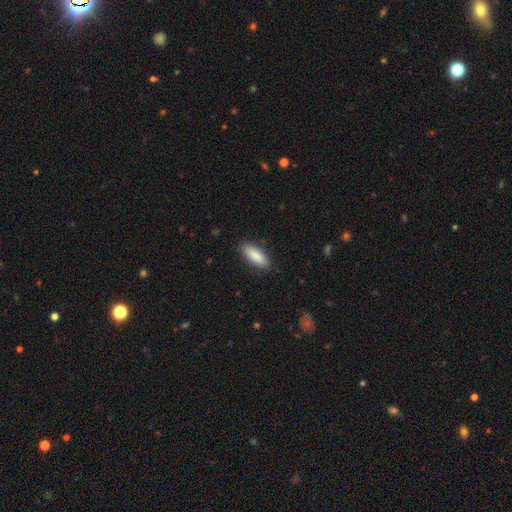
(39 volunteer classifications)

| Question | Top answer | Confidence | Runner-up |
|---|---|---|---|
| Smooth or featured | smooth | 90% | featured or disk (8%) |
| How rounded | in between | 83% | cigar-shaped (14%) |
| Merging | none | 89% | minor disturbance (8%) |